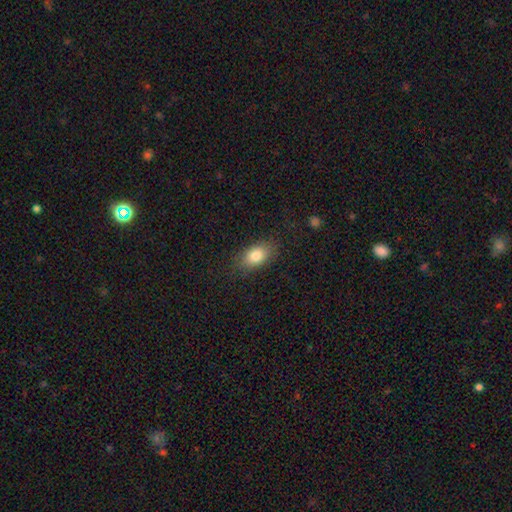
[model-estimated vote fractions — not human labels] Morphology: type=smooth (82%); roundness=in between (87%); merging=none (83%).